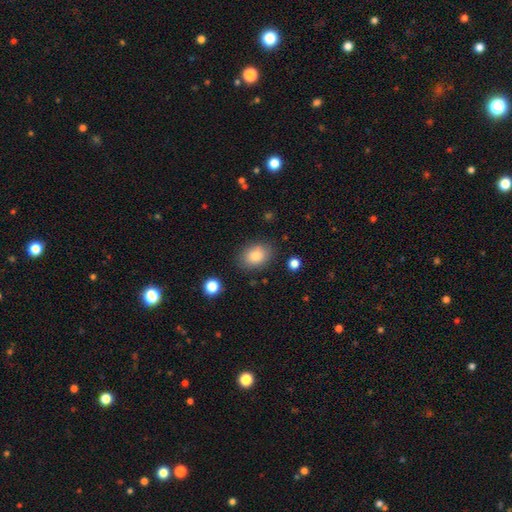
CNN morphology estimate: This appears to be a smooth galaxy with no disk features (85%) that is in between round and cigar-shaped (69%). Merging: none (82%).